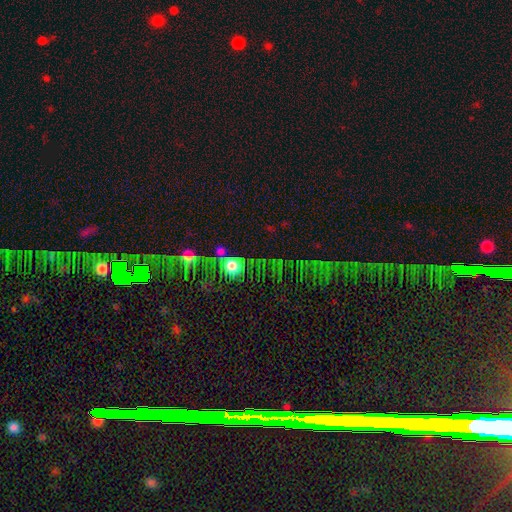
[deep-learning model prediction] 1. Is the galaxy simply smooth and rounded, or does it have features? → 47% smooth, 37% star or artifact, 16% featured or disk.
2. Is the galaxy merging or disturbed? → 59% none, 16% merger, 14% major disturbance, 11% minor disturbance.